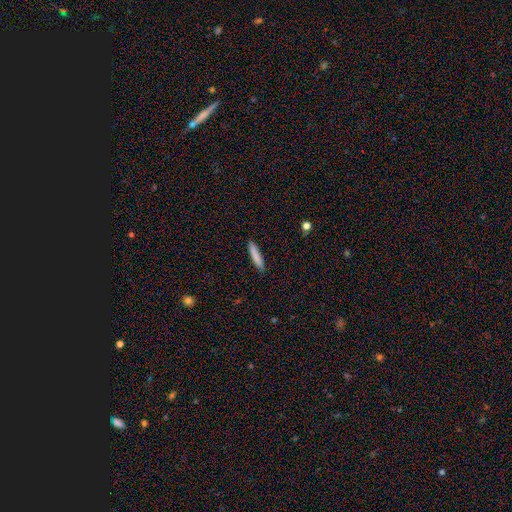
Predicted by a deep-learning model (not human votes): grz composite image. It shows a smooth galaxy with no disk features (83%) that is cigar-shaped (92%). Merging: none (90%).